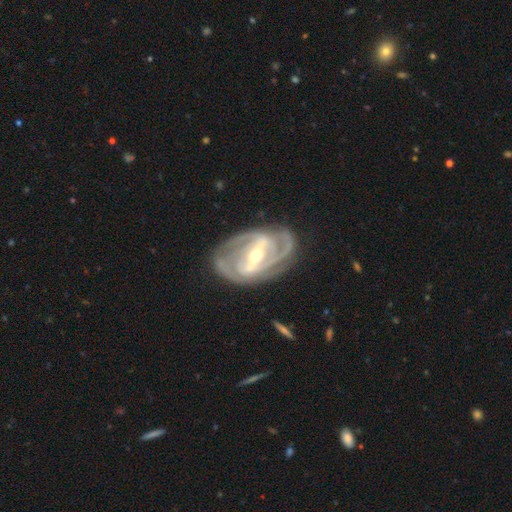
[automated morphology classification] featured or disk 90%, smooth 5%, star or artifact 5%. Down the decision tree: edge-on disk — no (96%); bar — strong (69%); spiral arms — yes (95%); spiral arm count — 2 (47%); spiral winding — tight (53%); bulge size — moderate (52%); merging — none (73%).